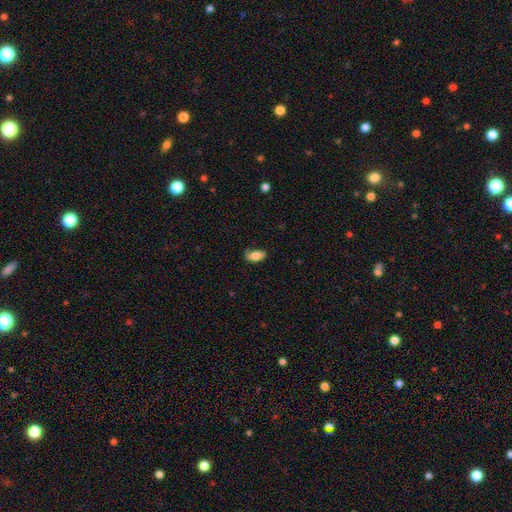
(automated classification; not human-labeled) Q: Smooth or featured?
A: smooth (80%); runner-up: featured or disk (12%)
Q: How rounded?
A: in between (91%); runner-up: cigar-shaped (5%)
Q: Merging?
A: none (64%); runner-up: minor disturbance (27%)